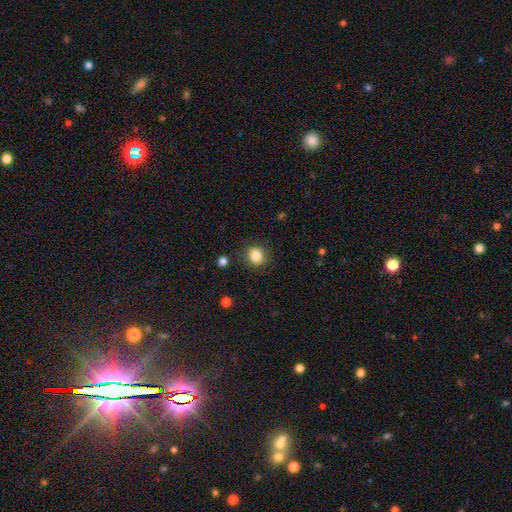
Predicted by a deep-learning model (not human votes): smooth 84%, star or artifact 11%, featured or disk 5%. Down the decision tree: how rounded — round (79%); merging — none (87%).